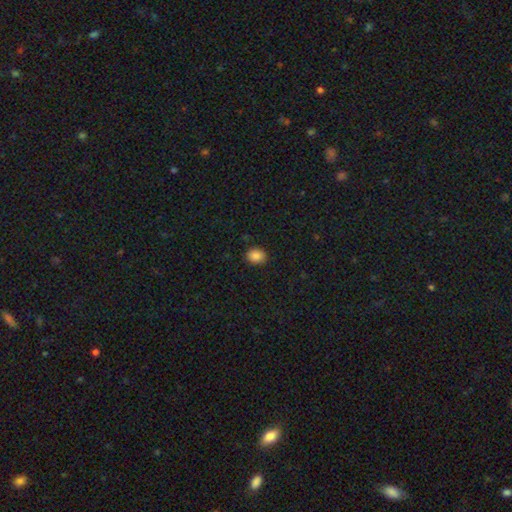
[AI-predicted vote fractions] This appears to be a smooth galaxy with no disk features (86%) that is in between round and cigar-shaped (50%). Merging: none (89%).